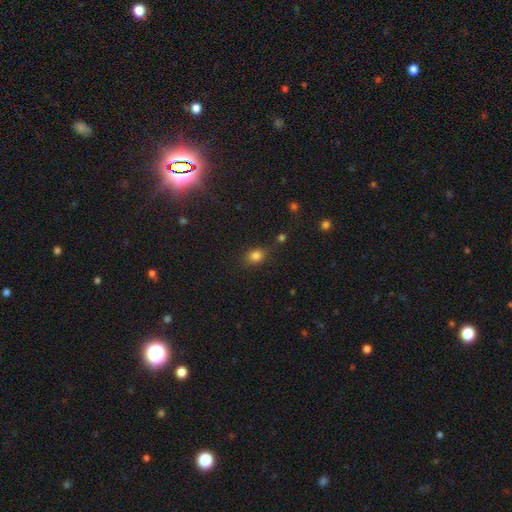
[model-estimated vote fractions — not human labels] Q: Smooth or featured?
A: smooth (80%); runner-up: star or artifact (13%)
Q: How rounded?
A: round (51%); runner-up: in between (48%)
Q: Merging?
A: none (70%); runner-up: minor disturbance (18%)